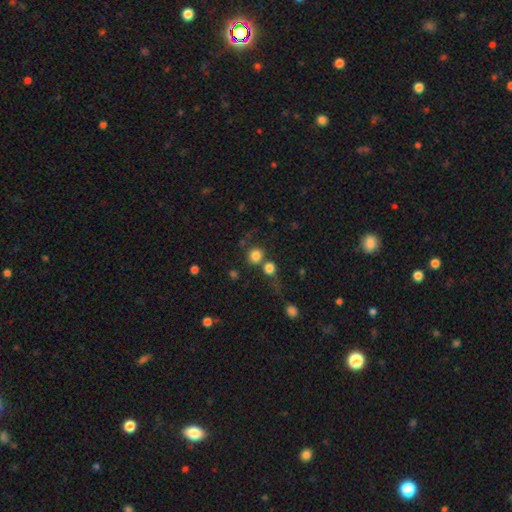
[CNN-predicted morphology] smooth-or-featured: smooth: 82% | star or artifact: 12% | featured or disk: 6%
  how-rounded: round: 87% | in between: 12% | cigar-shaped: 1%
  merging: none: 63% | merger: 24% | minor disturbance: 9% | major disturbance: 5%